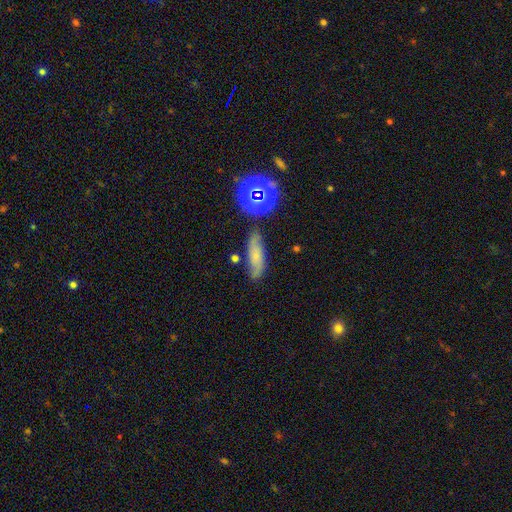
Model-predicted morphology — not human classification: Smooth or featured: smooth — 53% (featured or disk — 31%)
How rounded: in between — 49% (cigar-shaped — 43%)
Merging: none — 71% (minor disturbance — 18%)